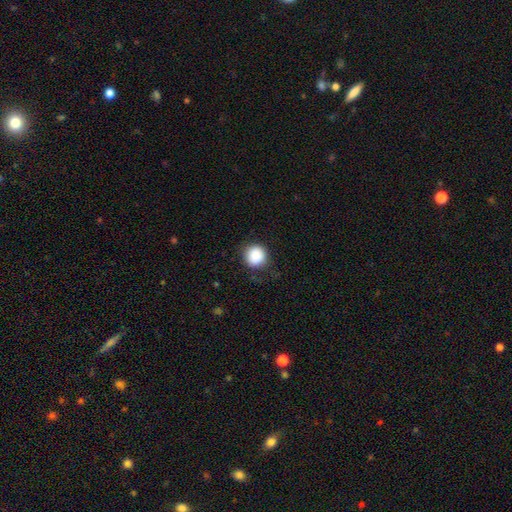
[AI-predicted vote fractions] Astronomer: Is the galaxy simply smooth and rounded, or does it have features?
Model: smooth — 88%.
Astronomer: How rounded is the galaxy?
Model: round — 92%.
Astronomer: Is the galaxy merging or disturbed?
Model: none — 83%.